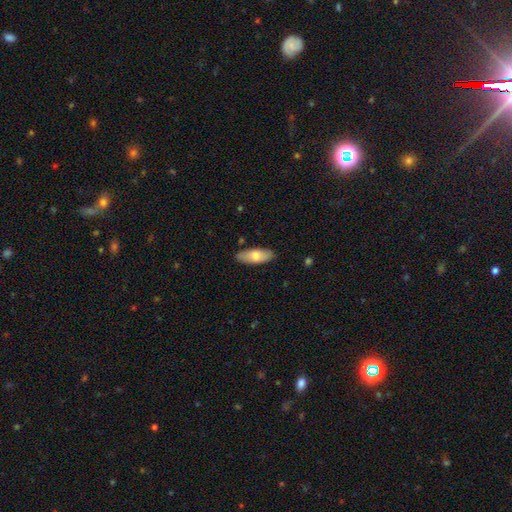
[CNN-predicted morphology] Smooth or featured: smooth — 74% (featured or disk — 20%)
How rounded: in between — 79% (cigar-shaped — 19%)
Merging: none — 86% (minor disturbance — 11%)